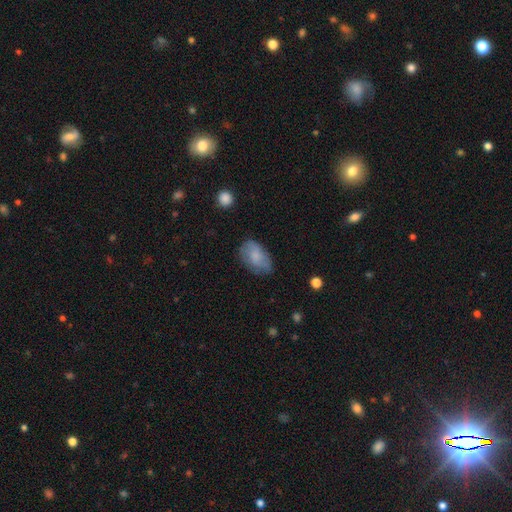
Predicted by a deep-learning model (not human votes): smooth 70%, featured or disk 23%, star or artifact 7%. Down the decision tree: how rounded — in between (90%); merging — none (62%).